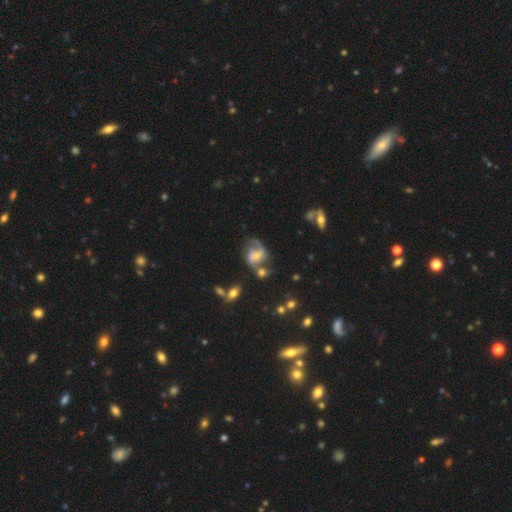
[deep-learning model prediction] Morphology: type=featured or disk (84%); edge-on=no (98%); bar=weak (45%); spiral arms=yes (95%); winding=medium (50%); arm count=2 (83%); bulge=small (47%); merging=none (52%).